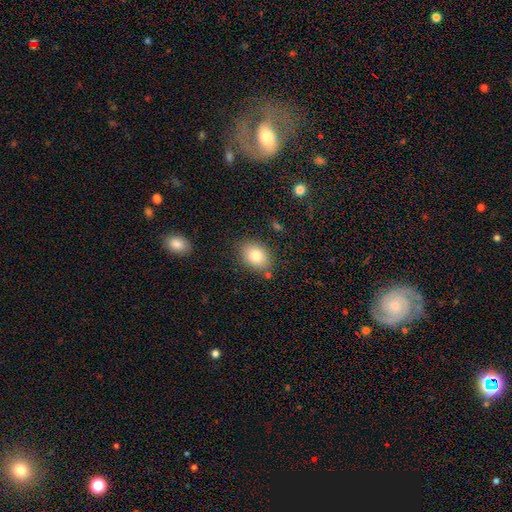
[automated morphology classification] type=smooth (82%); roundness=in between (72%); merging=none (80%).